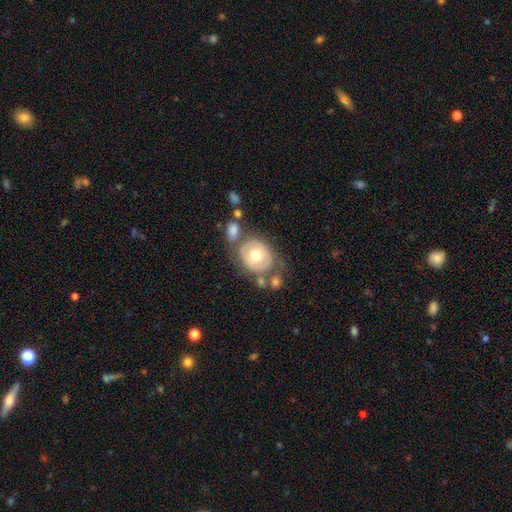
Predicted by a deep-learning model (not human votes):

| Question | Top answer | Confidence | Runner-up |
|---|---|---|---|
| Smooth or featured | featured or disk | 49% | smooth (44%) |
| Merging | none | 54% | minor disturbance (19%) |